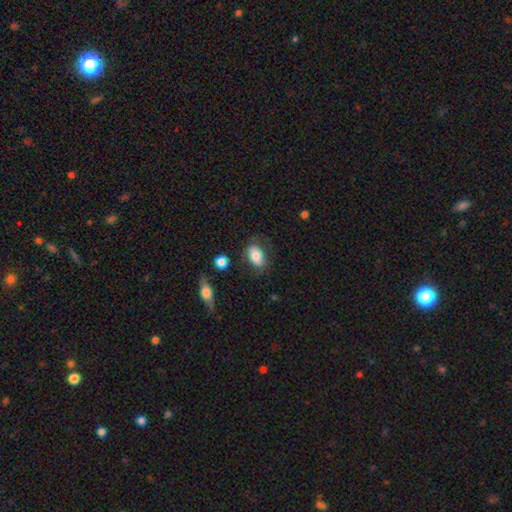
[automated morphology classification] Smooth or featured? Predicted: smooth (p=0.78). How rounded? Predicted: in between (p=0.88). Merging? Predicted: none (p=0.70).